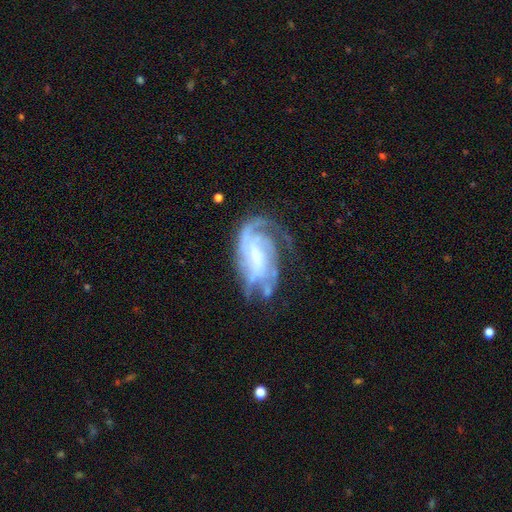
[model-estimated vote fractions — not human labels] Smooth or featured? Predicted: featured or disk (p=0.87). Edge-on disk? Predicted: no (p=0.96). Bar? Predicted: weak (p=0.49). Spiral arms? Predicted: yes (p=0.95). Spiral winding? Predicted: tight (p=0.45). Spiral arm count? Predicted: can't tell (p=0.28). Bulge size? Predicted: small (p=0.45). Merging? Predicted: none (p=0.54).